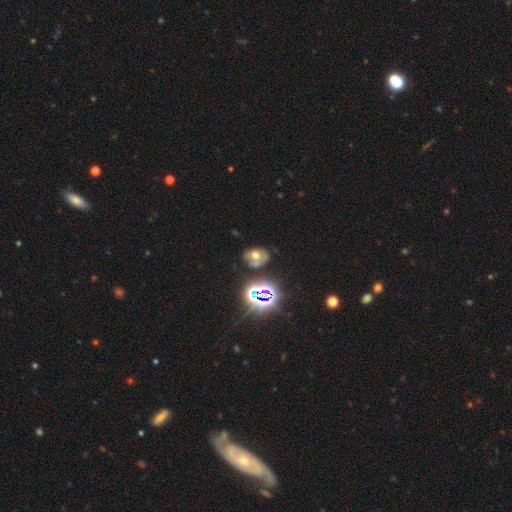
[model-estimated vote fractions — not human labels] Smooth or featured? smooth (40%)
Merging? none (52%)